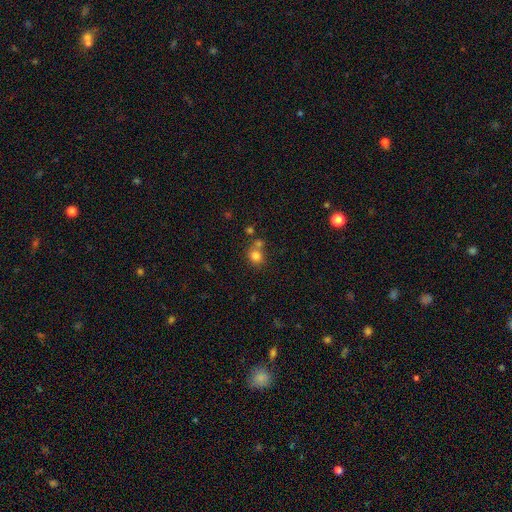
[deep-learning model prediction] smooth_or_featured: smooth (p=0.80) [alt: star or artifact p=0.13]
how_rounded: round (p=0.79) [alt: in between p=0.20]
merging: none (p=0.56) [alt: merger p=0.30]